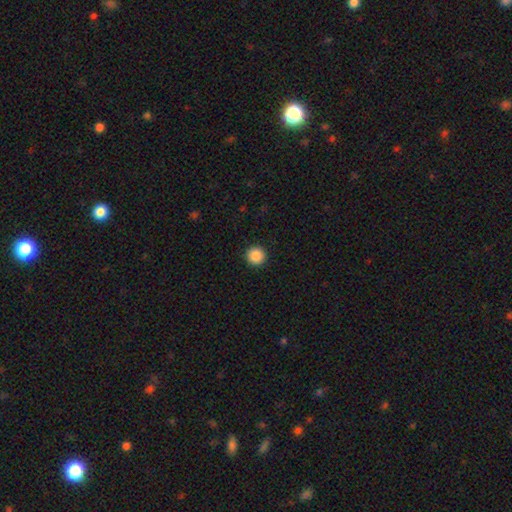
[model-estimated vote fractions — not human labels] This appears to be a smooth galaxy with no disk features (88%) that is round (96%). Merging: none (93%).